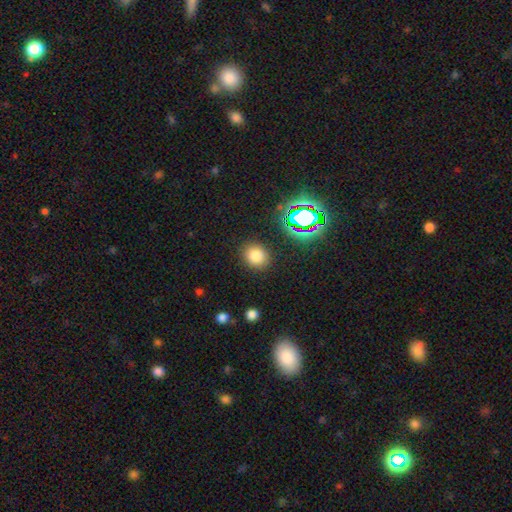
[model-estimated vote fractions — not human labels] Smooth or featured?
  - smooth: 78% *
  - star or artifact: 16%
  - featured or disk: 7%
How rounded?
  - round: 69% *
  - in between: 30%
  - cigar-shaped: 1%
Merging?
  - none: 88% *
  - minor disturbance: 8%
  - major disturbance: 3%
  - merger: 2%